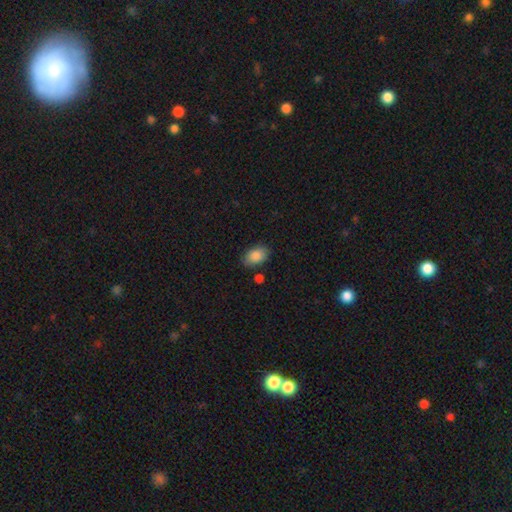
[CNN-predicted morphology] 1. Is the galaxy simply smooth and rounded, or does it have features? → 87% smooth, 7% star or artifact, 6% featured or disk.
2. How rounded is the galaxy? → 89% in between, 10% round, 1% cigar-shaped.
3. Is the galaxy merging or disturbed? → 79% none, 14% minor disturbance, 4% merger, 3% major disturbance.